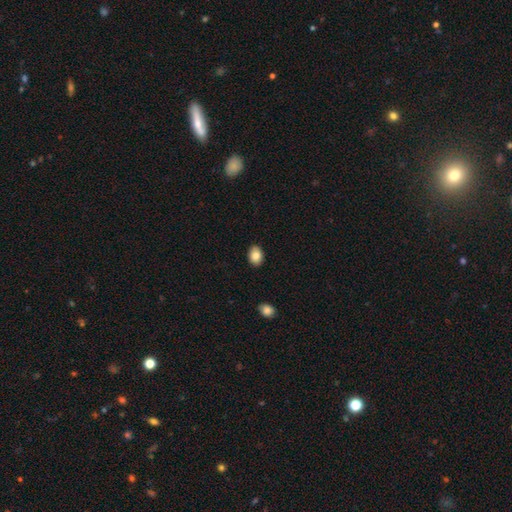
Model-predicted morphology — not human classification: Smooth or featured: smooth — 87% (star or artifact — 8%)
How rounded: in between — 76% (round — 23%)
Merging: none — 88% (minor disturbance — 9%)